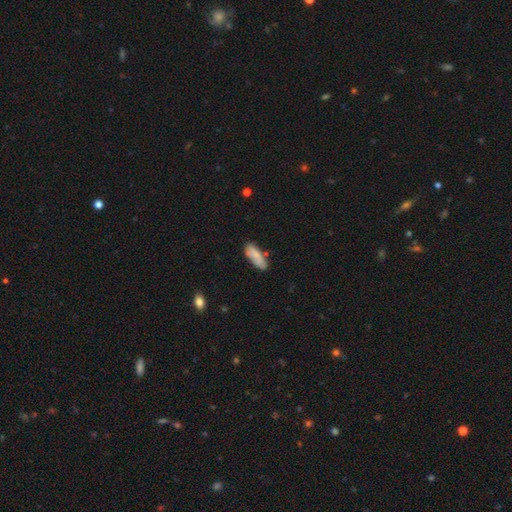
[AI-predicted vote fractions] The model was most divided on "how rounded": in between: 66%, cigar-shaped: 32%, round: 2%. More confident: smooth or featured — smooth (78%); merging — none (68%).